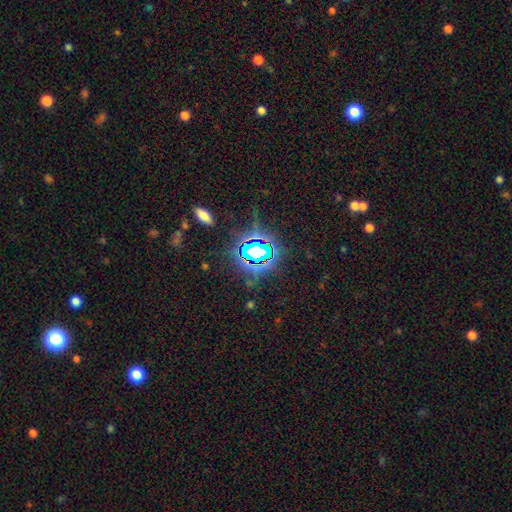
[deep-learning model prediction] This is likely a star or artifact rather than a galaxy (78%).